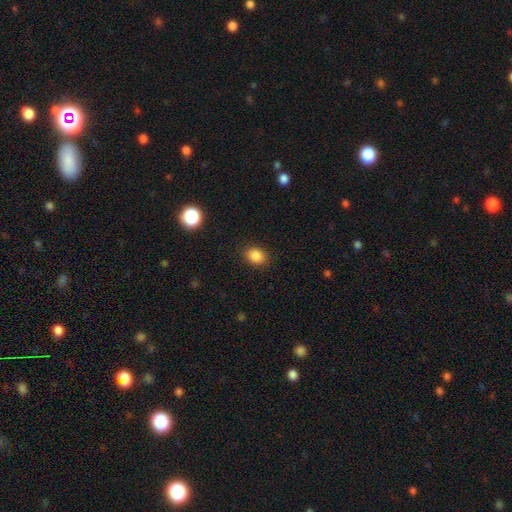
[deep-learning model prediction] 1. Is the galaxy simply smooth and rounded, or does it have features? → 87% smooth, 10% star or artifact, 3% featured or disk.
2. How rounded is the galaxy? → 56% in between, 43% round, 1% cigar-shaped.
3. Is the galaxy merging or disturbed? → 89% none, 8% minor disturbance, 2% major disturbance, 1% merger.